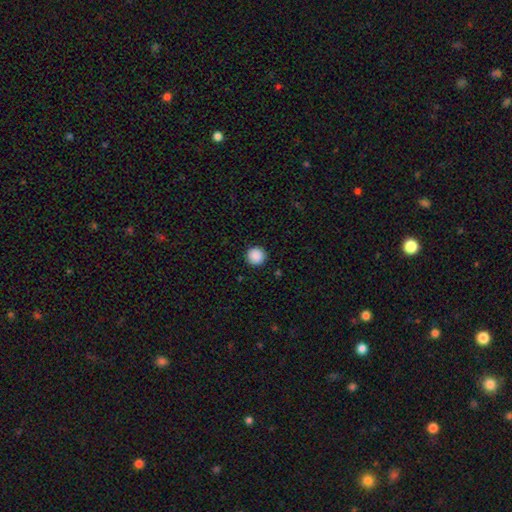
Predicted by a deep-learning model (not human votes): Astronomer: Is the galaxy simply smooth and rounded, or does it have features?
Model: smooth — 89%.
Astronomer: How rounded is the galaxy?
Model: round — 96%.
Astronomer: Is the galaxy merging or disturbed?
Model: none — 93%.